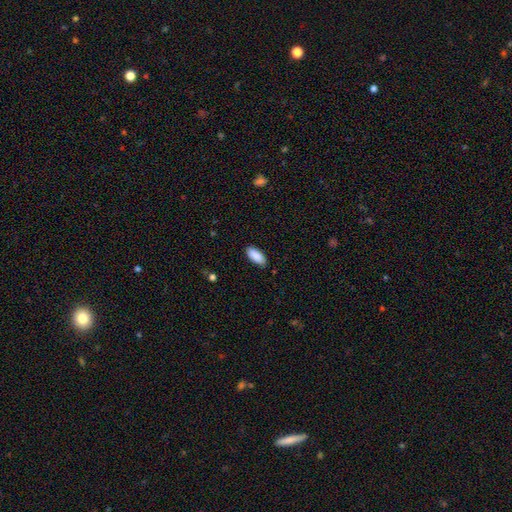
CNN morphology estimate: smooth 90%, star or artifact 6%, featured or disk 4%. Down the decision tree: how rounded — in between (90%); merging — none (87%).